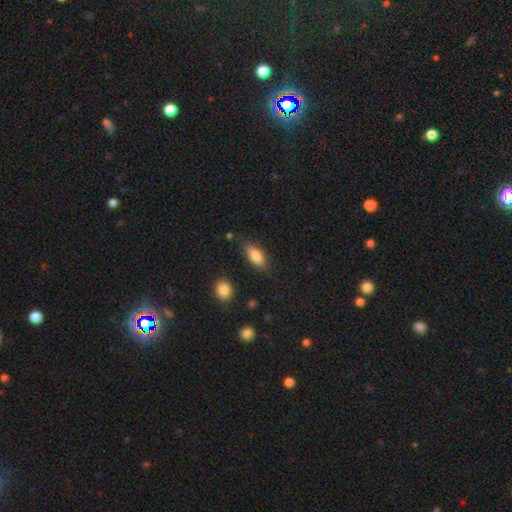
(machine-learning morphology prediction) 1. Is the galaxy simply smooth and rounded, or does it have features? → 80% smooth, 13% featured or disk, 7% star or artifact.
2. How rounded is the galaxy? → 77% in between, 20% cigar-shaped, 3% round.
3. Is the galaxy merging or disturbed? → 79% none, 15% minor disturbance, 4% major disturbance, 2% merger.